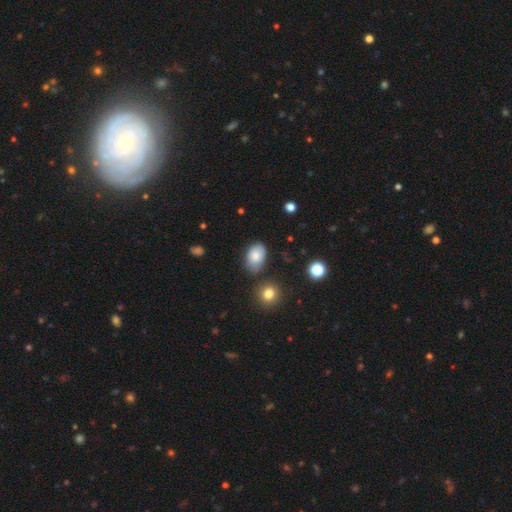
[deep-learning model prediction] A smooth galaxy with no disk features (81%) that is in between round and cigar-shaped (89%).

Vote fractions:
- Smooth or featured? smooth: 81% / featured or disk: 11% / star or artifact: 8%
- How rounded? in between: 89% / round: 10% / cigar-shaped: 1%
- Merging? none: 74% / minor disturbance: 17% / merger: 5% / major disturbance: 4%